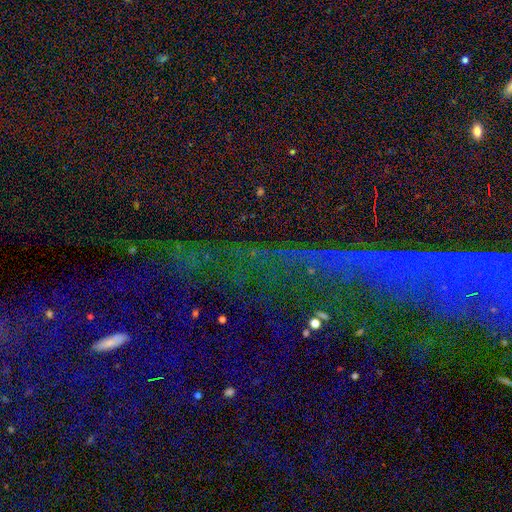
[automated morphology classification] star or artifact 84%, featured or disk 8%, smooth 7%.